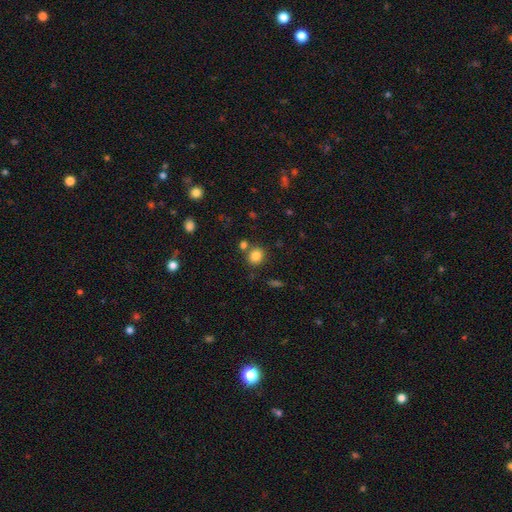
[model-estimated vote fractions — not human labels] Smooth or featured?
  - smooth: 83% *
  - star or artifact: 11%
  - featured or disk: 6%
How rounded?
  - round: 70% *
  - in between: 29%
  - cigar-shaped: 1%
Merging?
  - none: 73% *
  - merger: 13%
  - minor disturbance: 10%
  - major disturbance: 3%